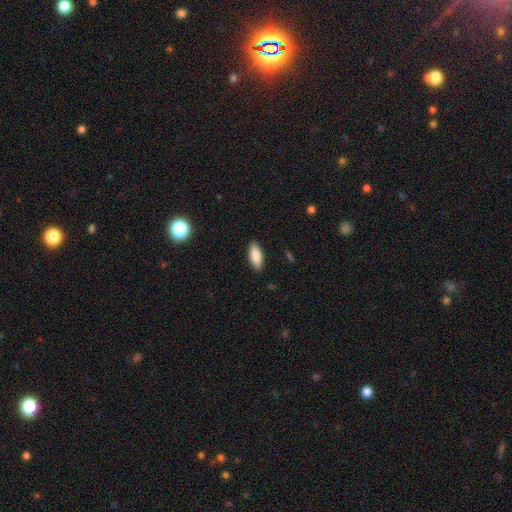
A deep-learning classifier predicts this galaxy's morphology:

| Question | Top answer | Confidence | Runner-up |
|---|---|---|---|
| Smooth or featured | smooth | 84% | featured or disk (9%) |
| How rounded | in between | 79% | cigar-shaped (19%) |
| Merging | none | 89% | minor disturbance (8%) |